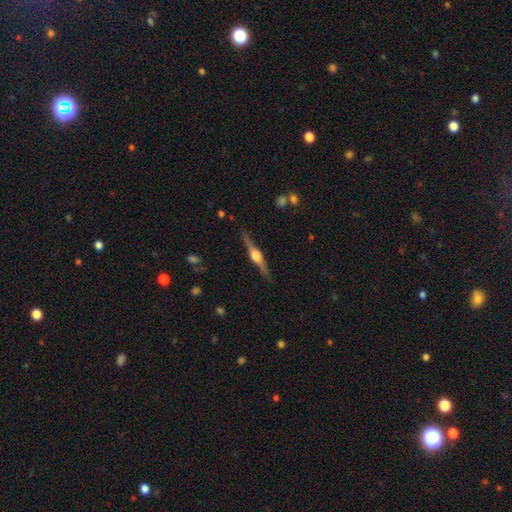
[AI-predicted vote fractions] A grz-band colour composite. It shows a featured or disk galaxy (82%) viewed edge-on (98%) with a rounded central bulge (92%). Merging: none (89%).